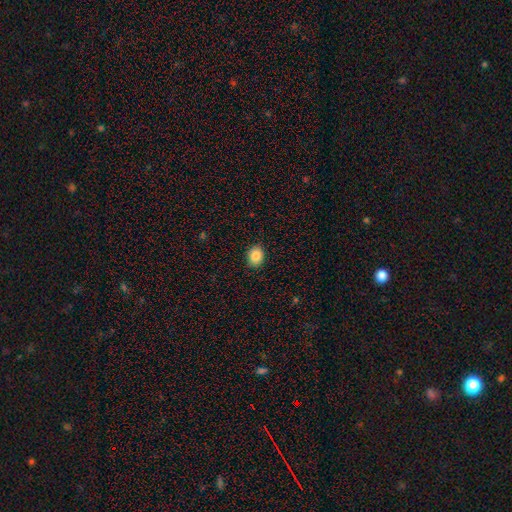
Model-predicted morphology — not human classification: Overall: smooth (87%). How rounded: in between (64%; round 35%). Merging: none (89%).